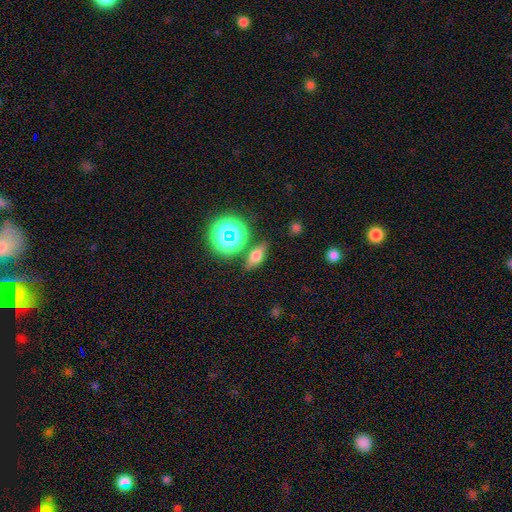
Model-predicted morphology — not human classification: This is possibly a smooth galaxy (59%). How rounded: likely in between (62%). Merging: clearly none (80%).